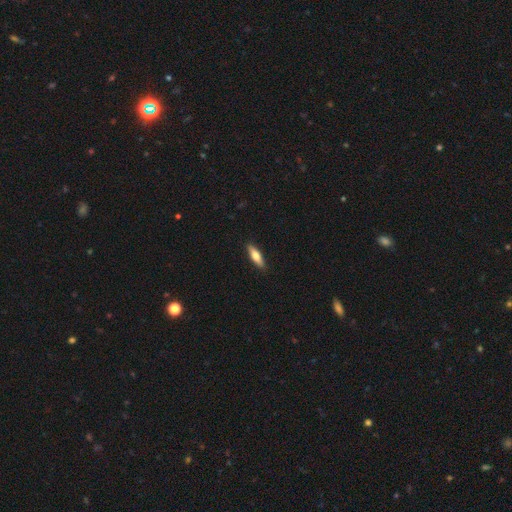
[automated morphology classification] A smooth galaxy with no disk features (64%) that is cigar-shaped (58%). Merging: none (90%).